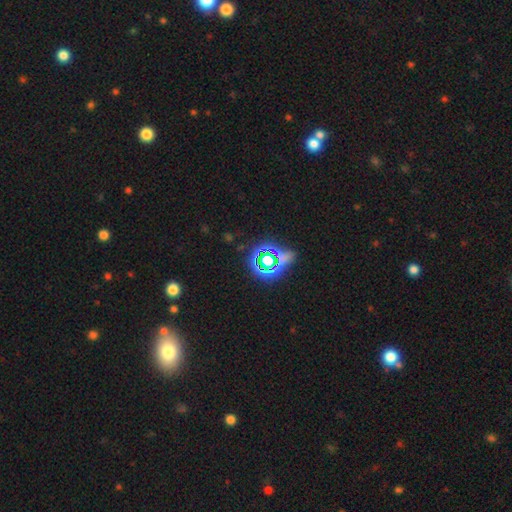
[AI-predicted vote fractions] Smooth or featured: star or artifact — 64% (smooth — 23%)